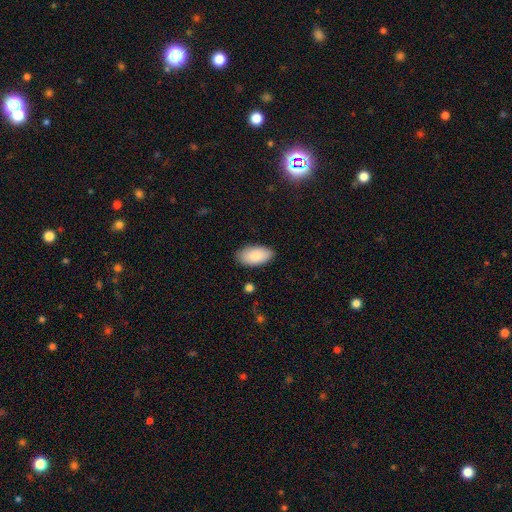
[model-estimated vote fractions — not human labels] This is clearly a smooth galaxy (87%). How rounded: clearly in between (95%). Merging: clearly none (85%).